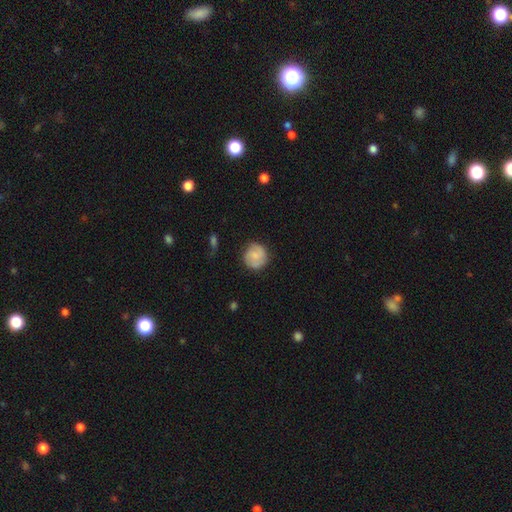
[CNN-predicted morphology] featured or disk 47%, smooth 46%, star or artifact 7%. Down the decision tree: merging — none (78%).